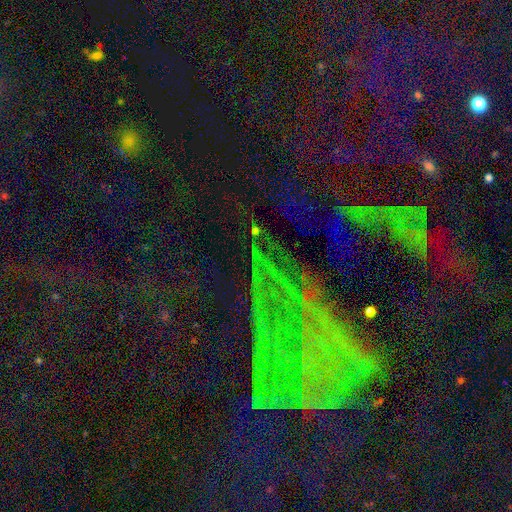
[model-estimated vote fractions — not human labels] Smooth or featured?
  - star or artifact: 70% *
  - featured or disk: 18%
  - smooth: 13%